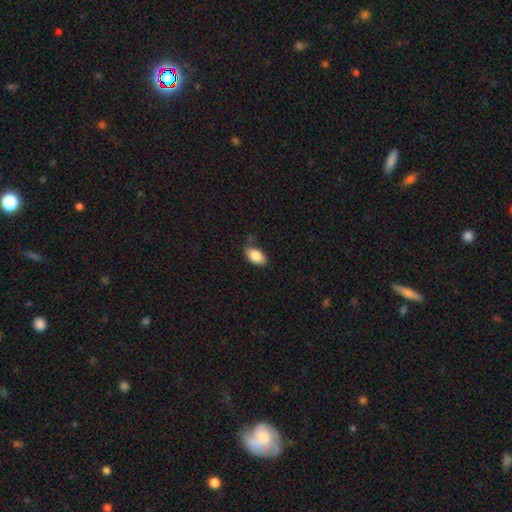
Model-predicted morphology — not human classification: A smooth galaxy with no disk features (85%) that is in between round and cigar-shaped (93%). Merging: none (74%).